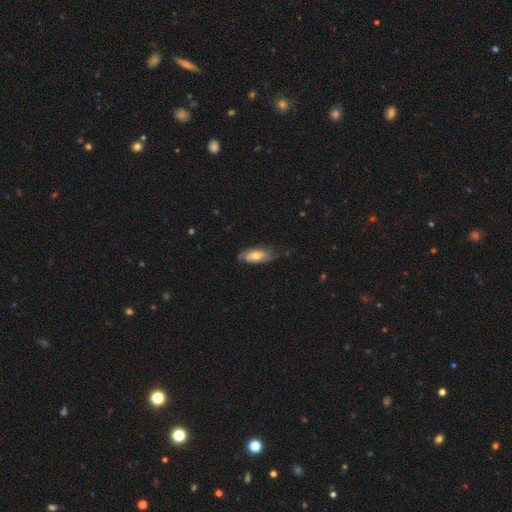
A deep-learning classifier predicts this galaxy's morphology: Smooth or featured? Predicted: featured or disk (p=0.53). Edge-on disk? Predicted: no (p=0.82). Merging? Predicted: none (p=0.70).